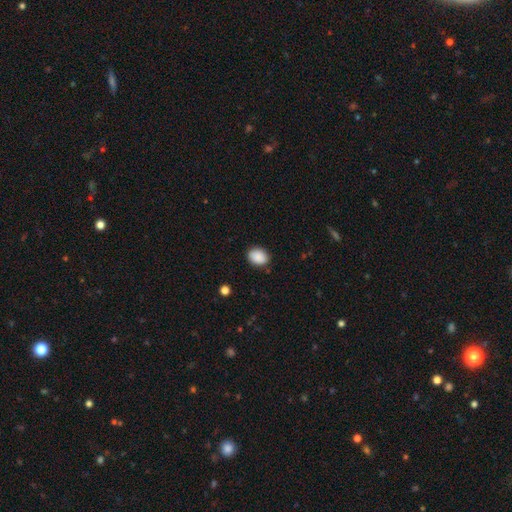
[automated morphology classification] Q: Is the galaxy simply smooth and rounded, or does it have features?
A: smooth — 89%.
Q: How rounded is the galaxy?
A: in between — 57%.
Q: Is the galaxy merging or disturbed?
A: none — 87%.